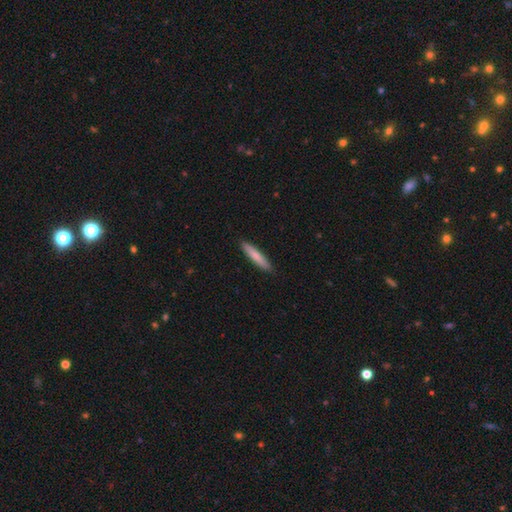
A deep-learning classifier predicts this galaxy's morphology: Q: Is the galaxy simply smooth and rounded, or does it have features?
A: smooth — 79%.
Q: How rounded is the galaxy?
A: cigar-shaped — 91%.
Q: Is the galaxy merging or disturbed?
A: none — 90%.